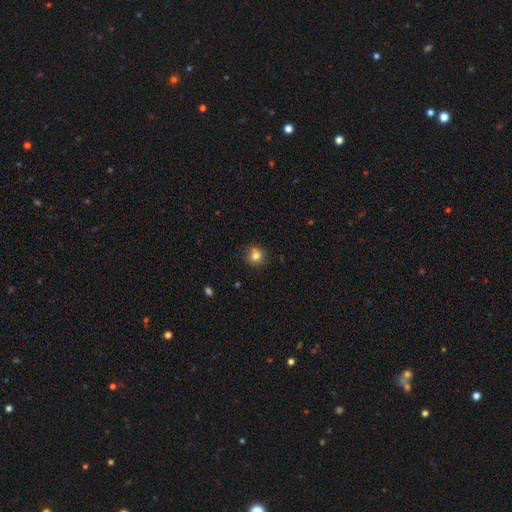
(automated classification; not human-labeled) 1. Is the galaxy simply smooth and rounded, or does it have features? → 79% smooth, 12% star or artifact, 8% featured or disk.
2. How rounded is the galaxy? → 90% round, 9% in between, 1% cigar-shaped.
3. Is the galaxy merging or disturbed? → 79% none, 12% minor disturbance, 6% merger, 3% major disturbance.